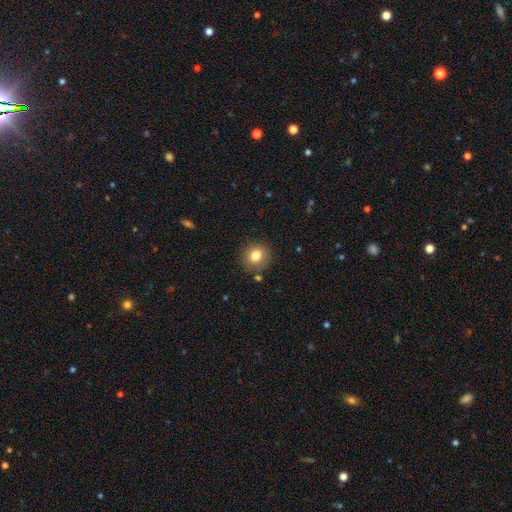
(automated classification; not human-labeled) This is clearly a smooth galaxy (81%). How rounded: clearly round (82%). Merging: clearly none (85%).